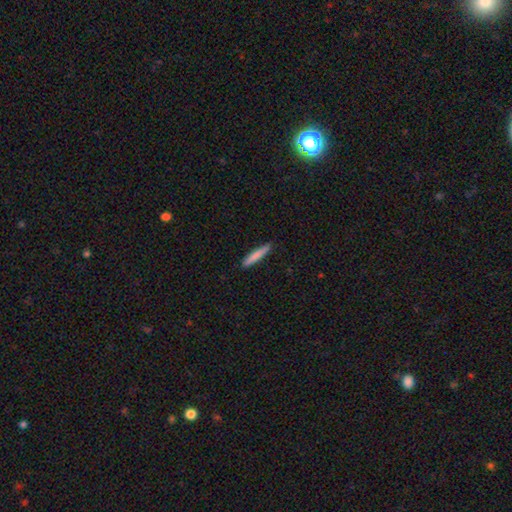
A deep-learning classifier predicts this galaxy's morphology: This is likely a smooth galaxy (79%). How rounded: clearly cigar-shaped (92%). Merging: clearly none (88%).